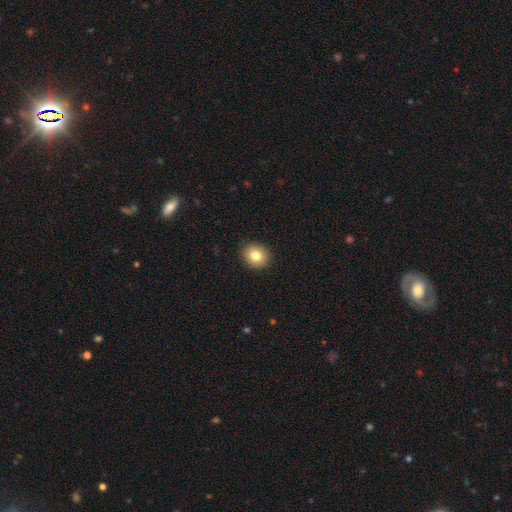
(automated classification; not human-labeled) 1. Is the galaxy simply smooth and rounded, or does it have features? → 81% smooth, 10% star or artifact, 9% featured or disk.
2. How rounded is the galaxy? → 77% round, 22% in between, 1% cigar-shaped.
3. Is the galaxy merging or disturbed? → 91% none, 6% minor disturbance, 2% major disturbance, 1% merger.